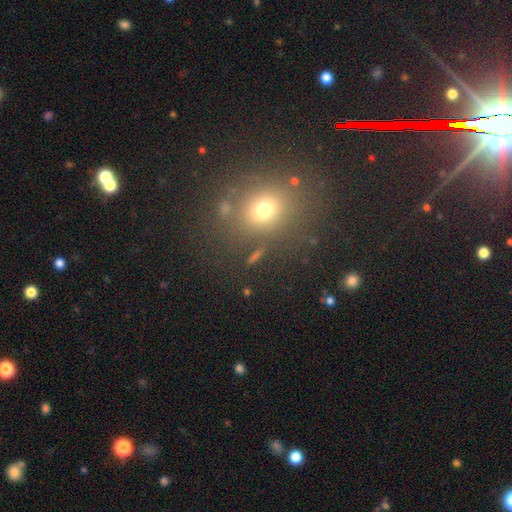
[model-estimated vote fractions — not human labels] Overall: smooth (56%; star or artifact 33%). How rounded: round (70%). Merging: none (80%).